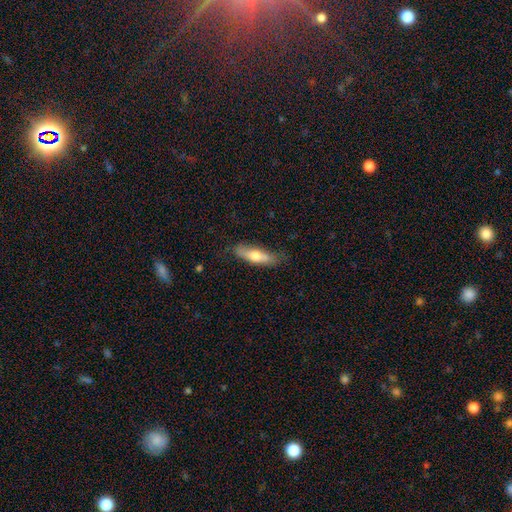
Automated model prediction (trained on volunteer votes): Smooth or featured? Predicted: smooth (p=0.60). How rounded? Predicted: cigar-shaped (p=0.61). Merging? Predicted: none (p=0.71).